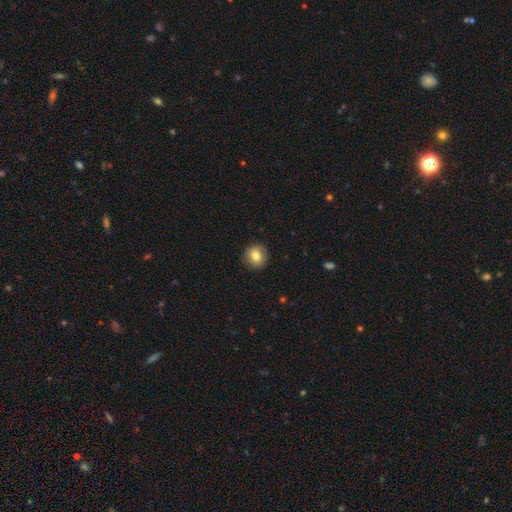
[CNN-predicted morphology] type=smooth (81%); roundness=round (87%); merging=none (90%).